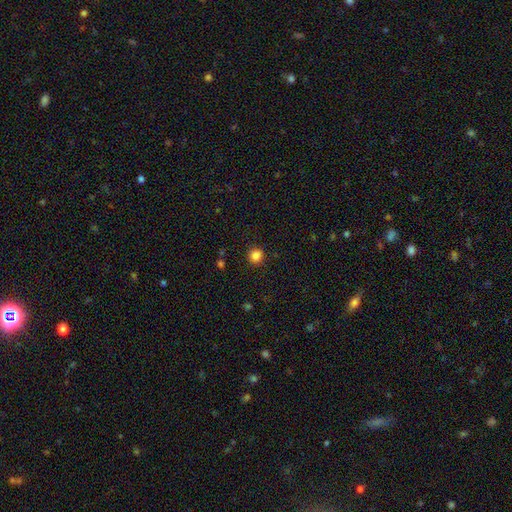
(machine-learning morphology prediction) Q: Smooth or featured?
A: smooth (85%); runner-up: star or artifact (12%)
Q: How rounded?
A: round (86%); runner-up: in between (13%)
Q: Merging?
A: none (89%); runner-up: minor disturbance (8%)